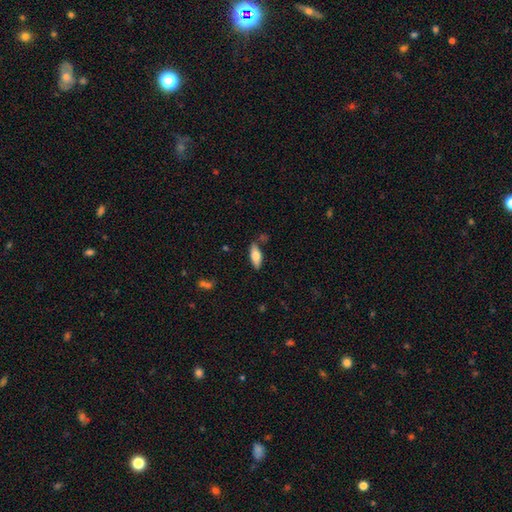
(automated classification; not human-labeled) Smooth or featured?
  - smooth: 68% *
  - featured or disk: 26%
  - star or artifact: 6%
How rounded?
  - in between: 70% *
  - cigar-shaped: 28%
  - round: 2%
Merging?
  - none: 81% *
  - minor disturbance: 13%
  - merger: 4%
  - major disturbance: 3%